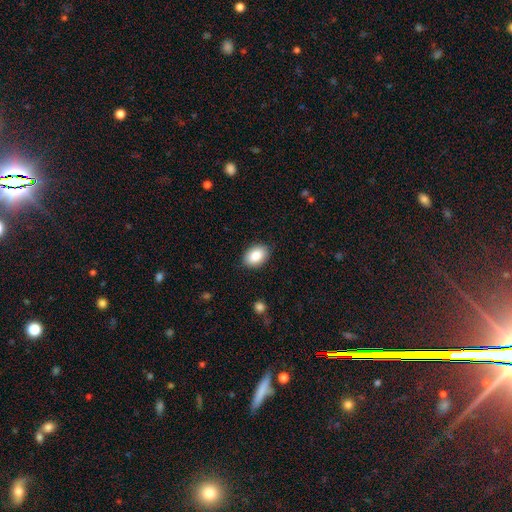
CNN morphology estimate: smooth 87%, star or artifact 7%, featured or disk 6%. Down the decision tree: how rounded — in between (85%); merging — none (87%).